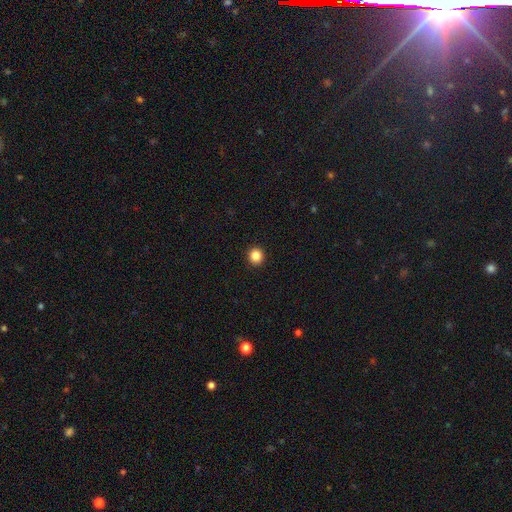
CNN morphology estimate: Smooth or featured? Predicted: smooth (p=0.86). How rounded? Predicted: round (p=0.92). Merging? Predicted: none (p=0.93).